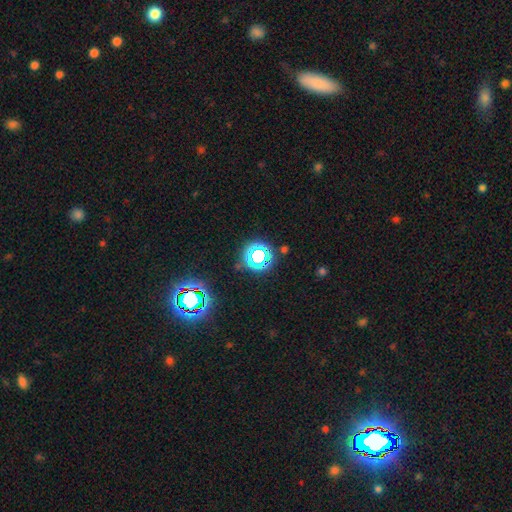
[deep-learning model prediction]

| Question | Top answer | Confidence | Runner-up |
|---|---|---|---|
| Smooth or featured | star or artifact | 69% | smooth (24%) |